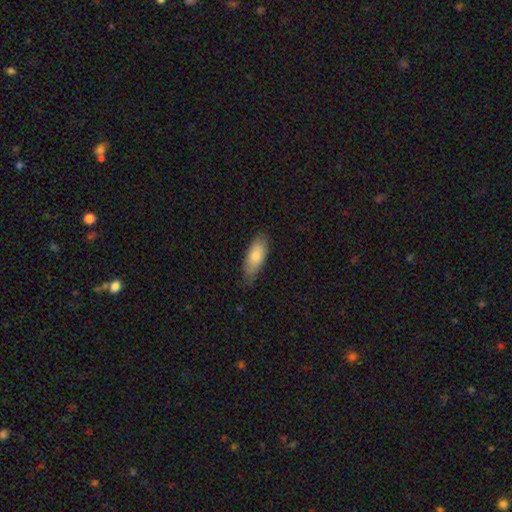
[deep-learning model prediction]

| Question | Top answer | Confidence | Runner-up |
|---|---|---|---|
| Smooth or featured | smooth | 79% | featured or disk (15%) |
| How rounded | in between | 78% | cigar-shaped (19%) |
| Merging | none | 70% | minor disturbance (25%) |